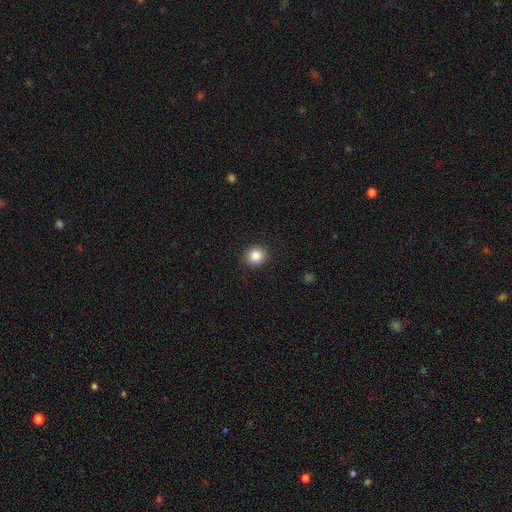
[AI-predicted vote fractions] Q: Smooth or featured?
A: smooth (86%); runner-up: star or artifact (10%)
Q: How rounded?
A: round (84%); runner-up: in between (15%)
Q: Merging?
A: none (91%); runner-up: minor disturbance (6%)